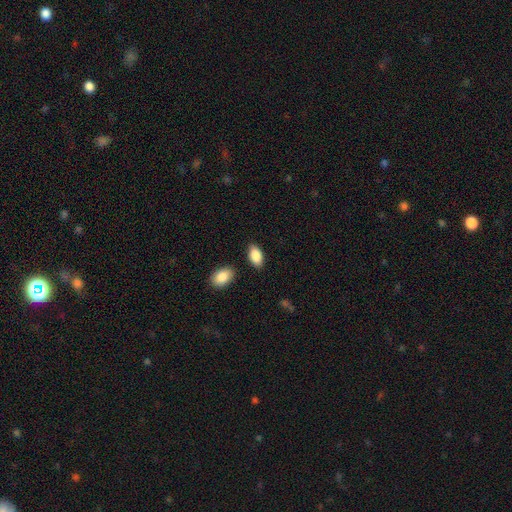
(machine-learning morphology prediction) Q: Smooth or featured?
A: smooth (88%); runner-up: star or artifact (6%)
Q: How rounded?
A: in between (94%); runner-up: round (4%)
Q: Merging?
A: none (85%); runner-up: minor disturbance (10%)